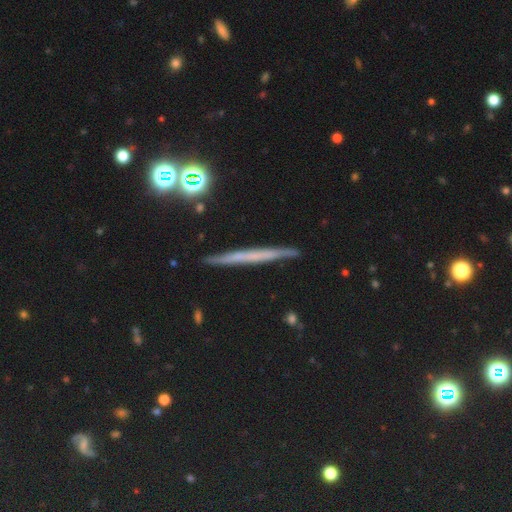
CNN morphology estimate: This is possibly a featured or disk galaxy (45%). Merging: clearly none (89%).